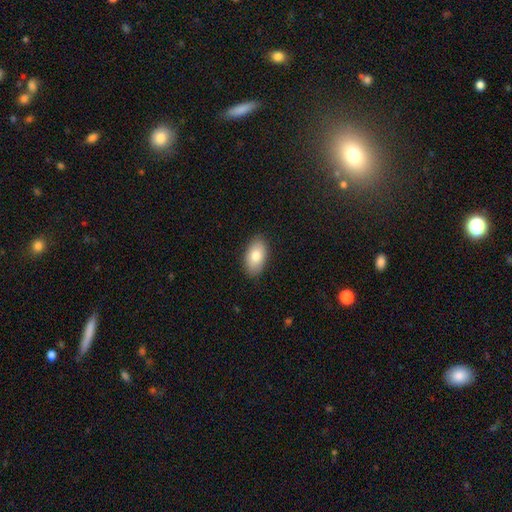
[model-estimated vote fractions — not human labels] Smooth or featured: smooth — 81% (featured or disk — 13%)
How rounded: in between — 94% (round — 5%)
Merging: none — 88% (minor disturbance — 9%)